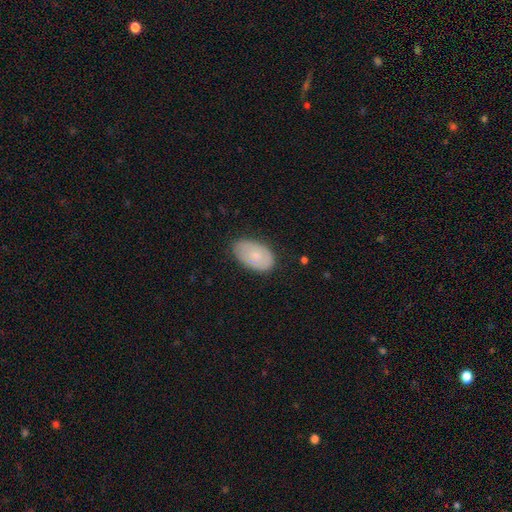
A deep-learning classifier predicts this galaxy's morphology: Smooth or featured? Predicted: smooth (p=0.68). How rounded? Predicted: in between (p=0.93). Merging? Predicted: none (p=0.72).